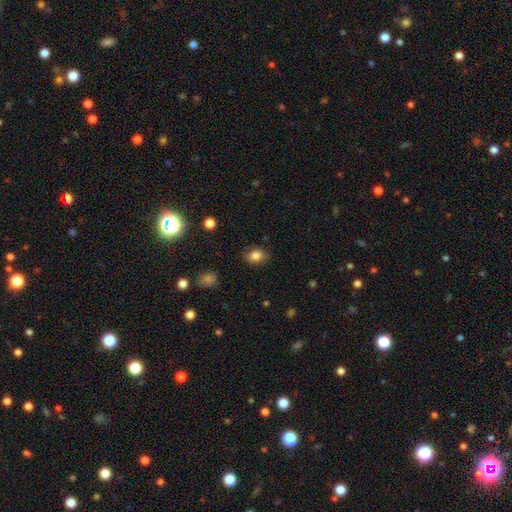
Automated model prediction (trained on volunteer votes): Smooth or featured?
  - smooth: 83% *
  - star or artifact: 10%
  - featured or disk: 7%
How rounded?
  - in between: 64% *
  - round: 34%
  - cigar-shaped: 1%
Merging?
  - none: 82% *
  - minor disturbance: 14%
  - major disturbance: 4%
  - merger: 1%